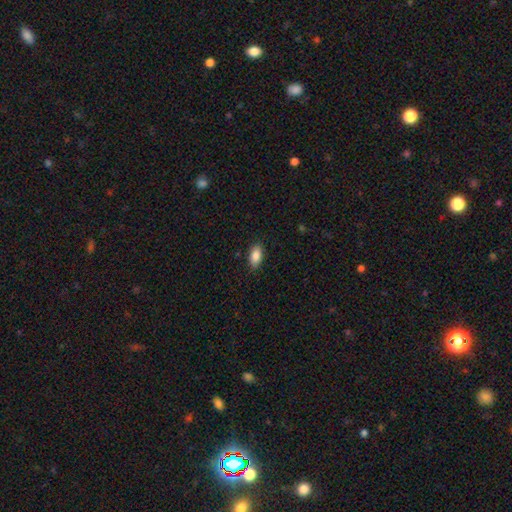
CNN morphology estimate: This appears to be a smooth galaxy with no disk features (87%) that is in between round and cigar-shaped (91%). Merging: none (86%).